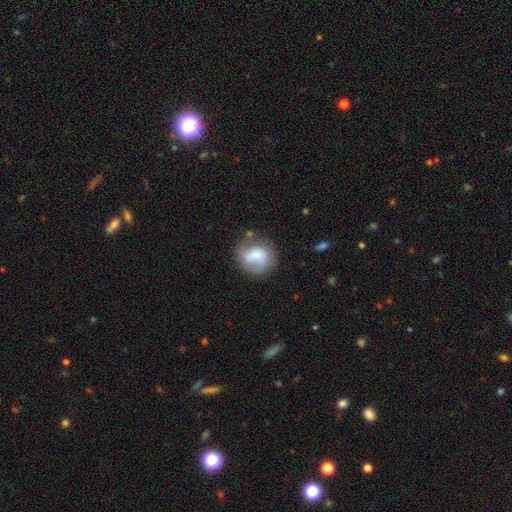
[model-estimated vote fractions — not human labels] Q: Smooth or featured?
A: smooth (60%); runner-up: featured or disk (31%)
Q: How rounded?
A: round (76%); runner-up: in between (23%)
Q: Merging?
A: none (56%); runner-up: minor disturbance (24%)